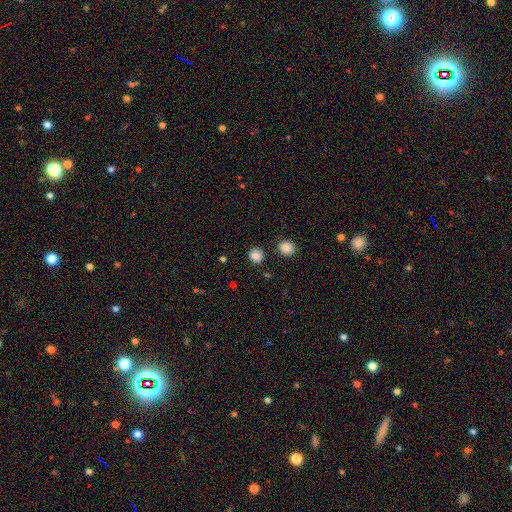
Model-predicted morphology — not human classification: type=smooth (85%); roundness=round (88%); merging=none (86%).